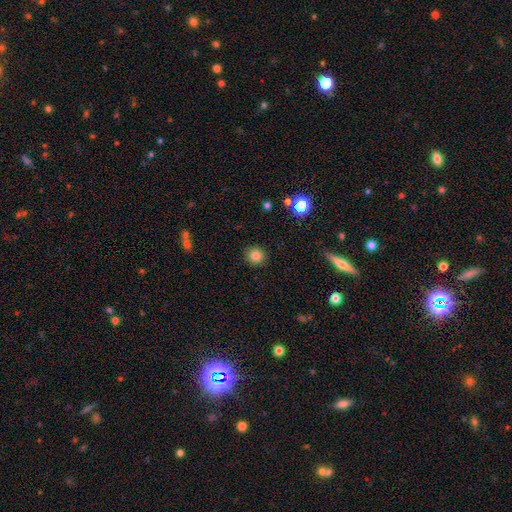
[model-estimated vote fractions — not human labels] Smooth or featured?
  - smooth: 82% *
  - star or artifact: 12%
  - featured or disk: 6%
How rounded?
  - round: 90% *
  - in between: 10%
  - cigar-shaped: 1%
Merging?
  - none: 90% *
  - minor disturbance: 6%
  - major disturbance: 2%
  - merger: 1%